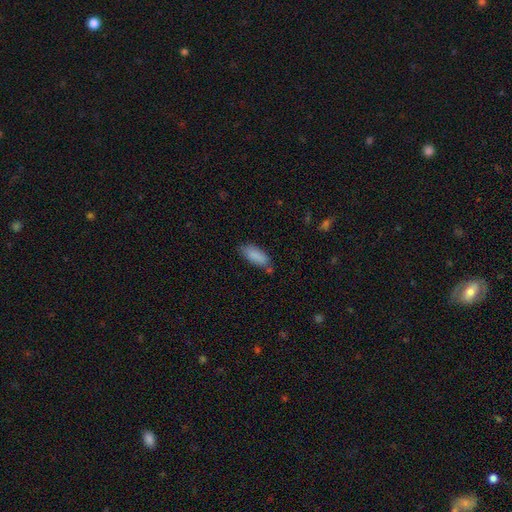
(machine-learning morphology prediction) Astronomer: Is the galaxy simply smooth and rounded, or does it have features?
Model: smooth — 87%.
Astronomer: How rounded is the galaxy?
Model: in between — 76%.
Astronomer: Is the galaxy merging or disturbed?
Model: none — 67%.